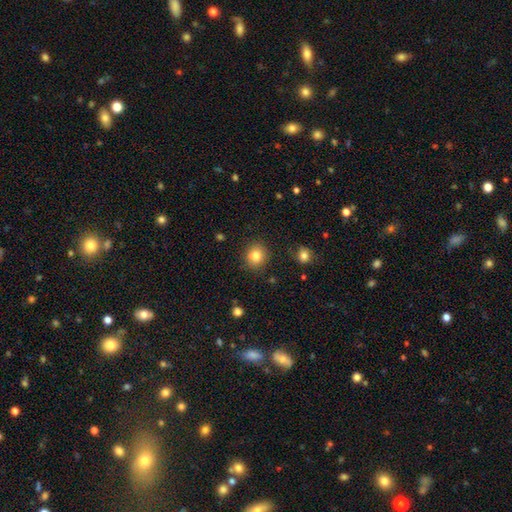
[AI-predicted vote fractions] Smooth or featured? Predicted: smooth (p=0.83). How rounded? Predicted: round (p=0.85). Merging? Predicted: none (p=0.89).